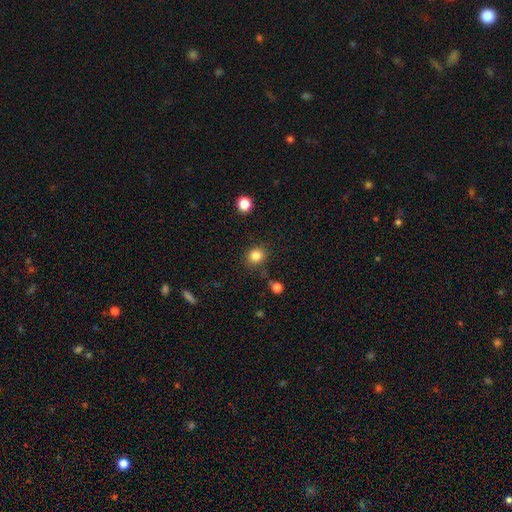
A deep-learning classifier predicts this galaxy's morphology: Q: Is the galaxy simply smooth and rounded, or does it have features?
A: smooth — 84%.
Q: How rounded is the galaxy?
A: round — 77%.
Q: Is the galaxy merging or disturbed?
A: none — 84%.